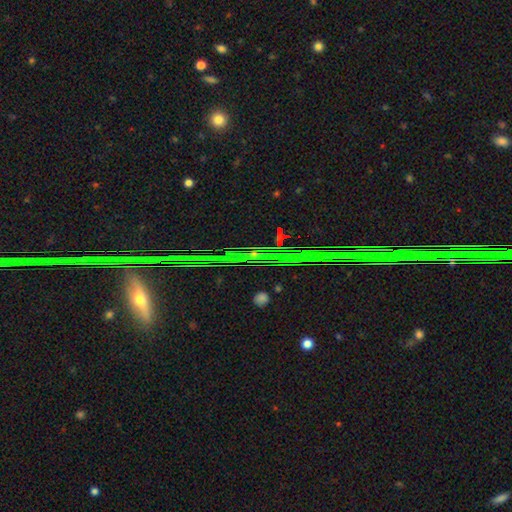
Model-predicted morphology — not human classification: Q: Smooth or featured?
A: star or artifact (68%); runner-up: featured or disk (20%)